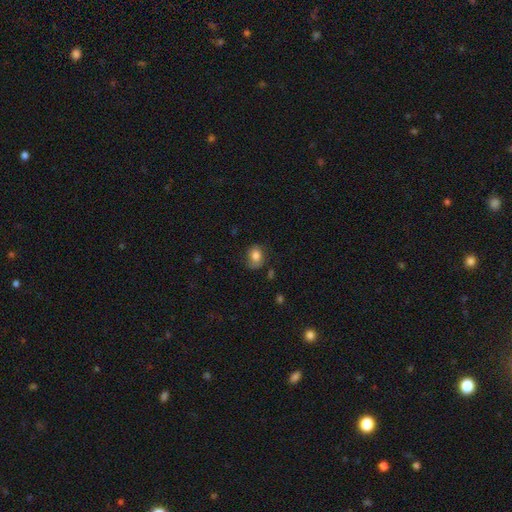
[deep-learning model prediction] smooth_or_featured: smooth (p=0.77) [alt: featured or disk p=0.14]
how_rounded: in between (p=0.54) [alt: round p=0.45]
merging: none (p=0.64) [alt: minor disturbance p=0.25]